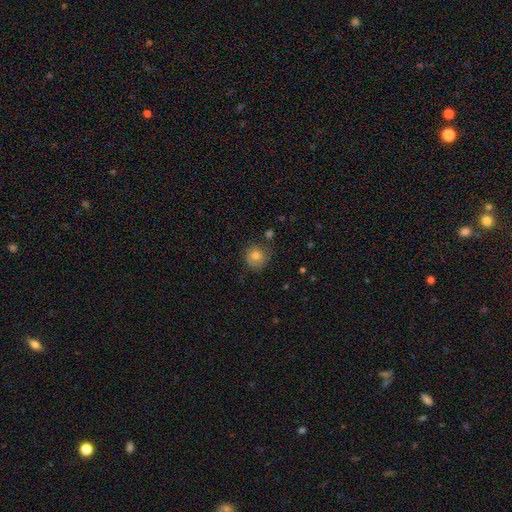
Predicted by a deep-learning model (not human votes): Morphology: type=smooth (75%); roundness=round (88%); merging=none (71%).